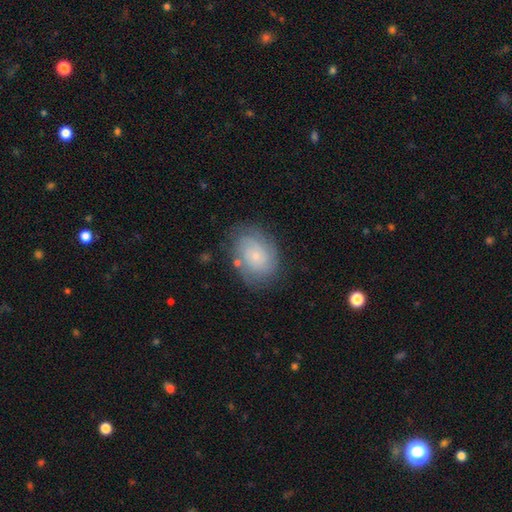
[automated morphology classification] This is possibly a featured or disk galaxy (57%). It is clearly not viewed edge-on (97%). Bar: clearly no (80%). Spiral arm pattern: clearly yes (85%). Central bulge: likely small (77%). Merging: likely none (74%).